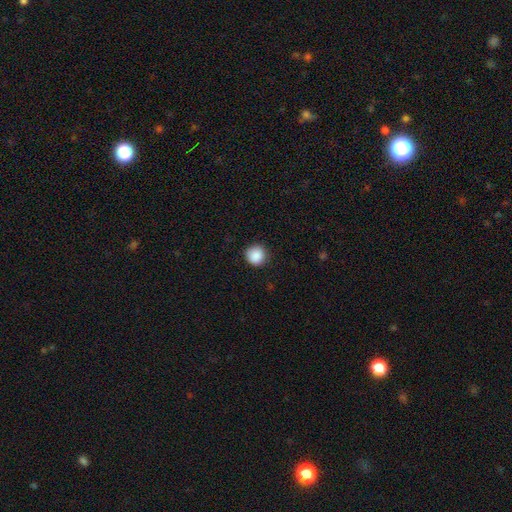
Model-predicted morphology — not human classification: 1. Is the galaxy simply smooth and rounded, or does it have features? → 89% smooth, 9% star or artifact, 2% featured or disk.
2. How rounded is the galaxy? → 94% round, 5% in between, 1% cigar-shaped.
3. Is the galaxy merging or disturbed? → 89% none, 8% minor disturbance, 2% major disturbance, 1% merger.